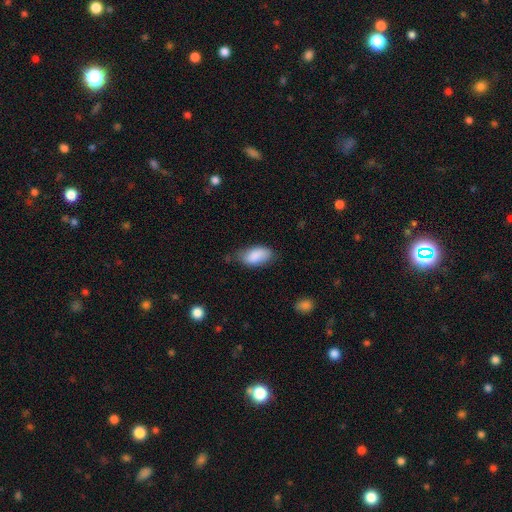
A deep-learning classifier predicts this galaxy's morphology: type=smooth (87%); roundness=in between (94%); merging=none (59%).